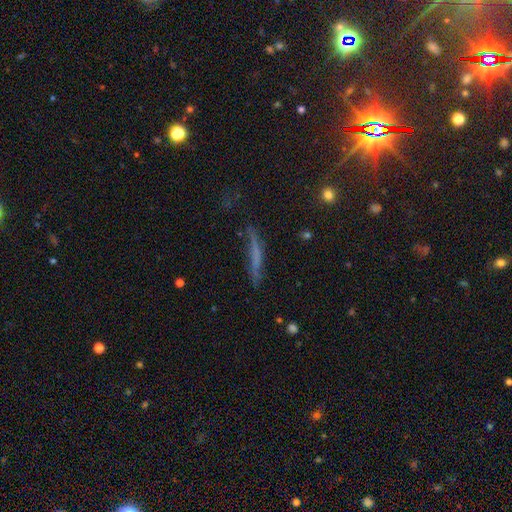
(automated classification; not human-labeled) Smooth or featured?
  - smooth: 45% *
  - featured or disk: 41%
  - star or artifact: 14%
Merging?
  - none: 66% *
  - minor disturbance: 22%
  - major disturbance: 9%
  - merger: 3%